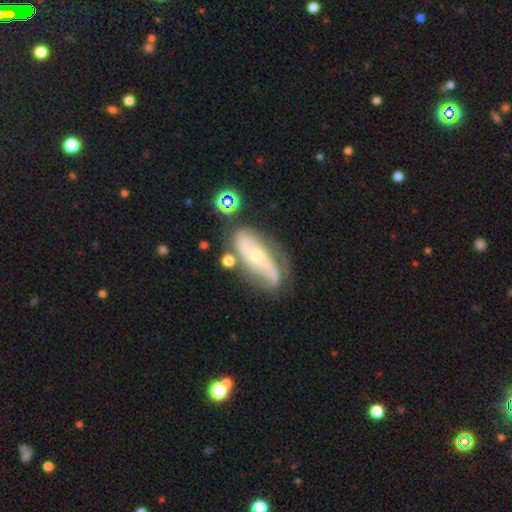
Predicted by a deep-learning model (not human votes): Q: Smooth or featured?
A: featured or disk (76%); runner-up: smooth (17%)
Q: Edge-on disk?
A: no (88%); runner-up: yes (12%)
Q: Bar?
A: no (50%); runner-up: weak (27%)
Q: Spiral arms?
A: yes (88%); runner-up: no (12%)
Q: Spiral winding?
A: loose (40%); runner-up: medium (35%)
Q: Spiral arm count?
A: 2 (76%); runner-up: can't tell (13%)
Q: Bulge size?
A: small (58%); runner-up: moderate (37%)
Q: Merging?
A: none (62%); runner-up: minor disturbance (22%)